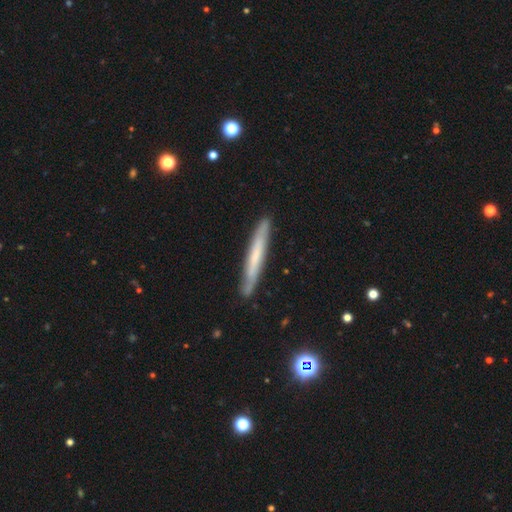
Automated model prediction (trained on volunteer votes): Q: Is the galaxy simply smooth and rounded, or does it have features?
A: smooth — 50%.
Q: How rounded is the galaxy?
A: cigar-shaped — 96%.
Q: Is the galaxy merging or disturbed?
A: none — 87%.